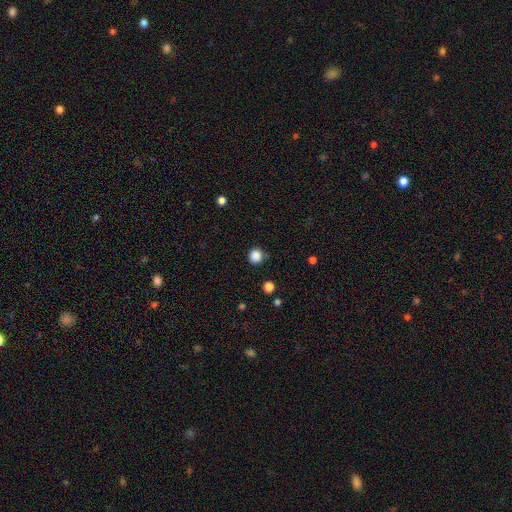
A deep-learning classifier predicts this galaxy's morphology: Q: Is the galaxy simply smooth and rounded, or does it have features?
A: smooth — 86%.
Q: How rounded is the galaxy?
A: round — 91%.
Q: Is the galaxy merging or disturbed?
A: none — 84%.